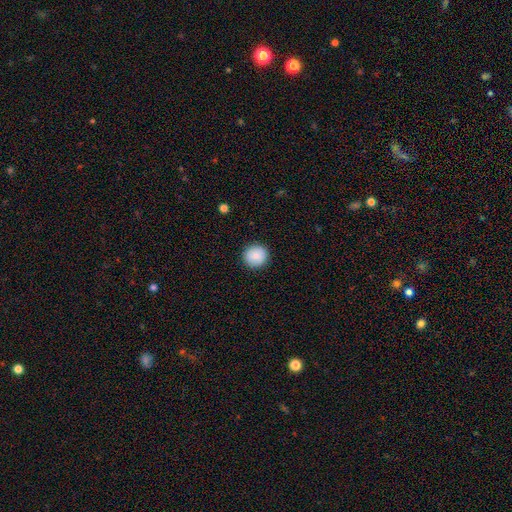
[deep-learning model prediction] Q: Smooth or featured?
A: smooth (86%); runner-up: star or artifact (7%)
Q: How rounded?
A: round (94%); runner-up: in between (5%)
Q: Merging?
A: none (91%); runner-up: minor disturbance (6%)